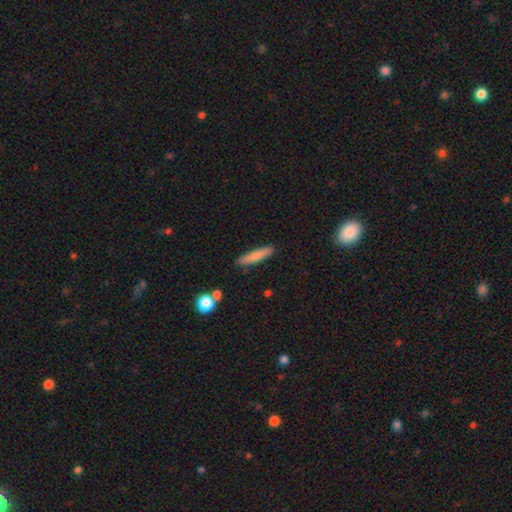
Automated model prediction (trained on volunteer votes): smooth_or_featured: smooth (p=0.76) [alt: featured or disk p=0.18]
how_rounded: cigar-shaped (p=0.88) [alt: in between p=0.11]
merging: none (p=0.87) [alt: minor disturbance p=0.08]